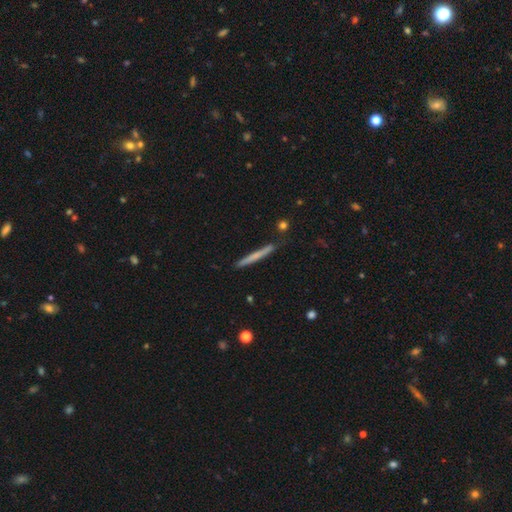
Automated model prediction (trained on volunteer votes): Smooth or featured? Predicted: smooth (p=0.60). How rounded? Predicted: cigar-shaped (p=0.97). Merging? Predicted: none (p=0.89).